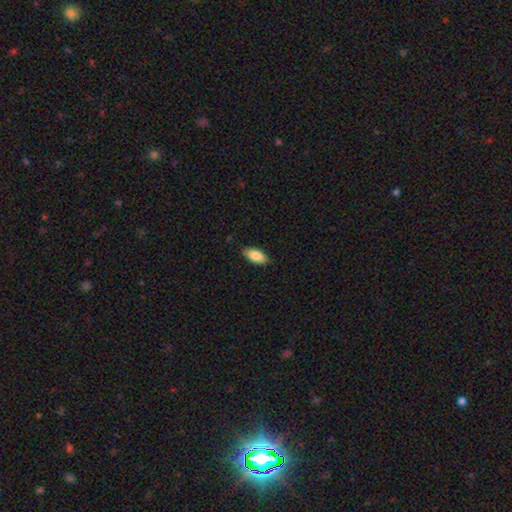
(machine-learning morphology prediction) smooth 86%, featured or disk 8%, star or artifact 6%. Down the decision tree: how rounded — in between (89%); merging — none (88%).